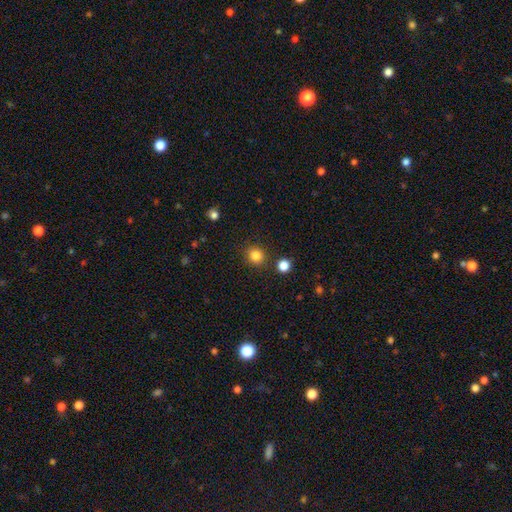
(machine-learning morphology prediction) The model was most divided on "smooth or featured": smooth: 84%, star or artifact: 12%, featured or disk: 4%. More confident: how rounded — round (89%); merging — none (87%).